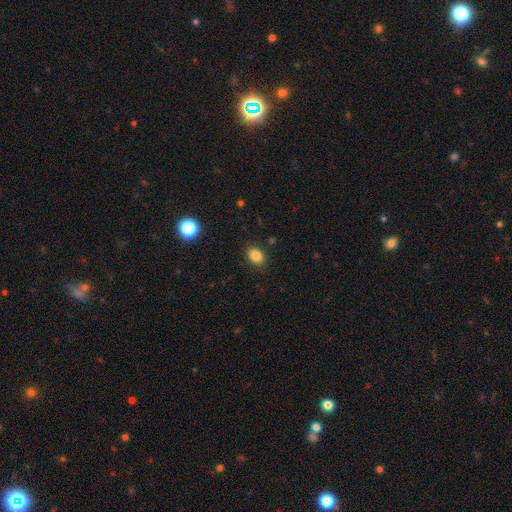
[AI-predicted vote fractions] smooth-or-featured: smooth: 83% | star or artifact: 11% | featured or disk: 6%
  how-rounded: in between: 71% | round: 28% | cigar-shaped: 1%
  merging: none: 86% | minor disturbance: 9% | major disturbance: 3% | merger: 1%